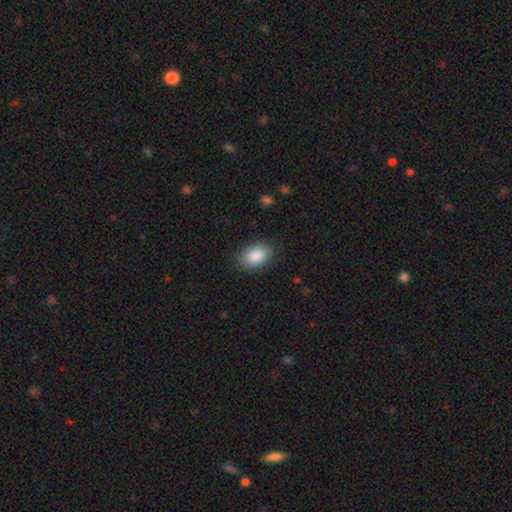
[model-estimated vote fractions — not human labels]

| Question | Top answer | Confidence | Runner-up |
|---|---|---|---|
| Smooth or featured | smooth | 89% | star or artifact (7%) |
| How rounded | in between | 89% | round (10%) |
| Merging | none | 84% | minor disturbance (11%) |